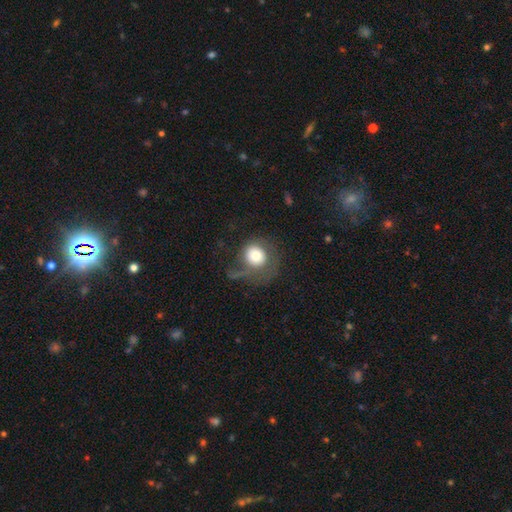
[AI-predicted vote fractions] This appears to be a smooth galaxy with no disk features (69%) that is round (83%). Merging: none (39%).